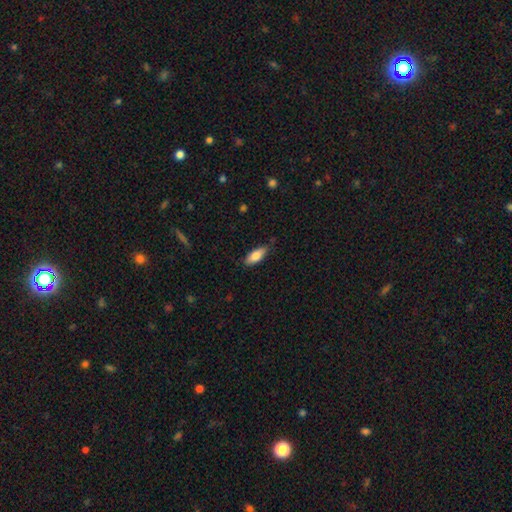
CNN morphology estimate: Smooth or featured: smooth — 81% (featured or disk — 13%)
How rounded: in between — 78% (cigar-shaped — 20%)
Merging: none — 79% (minor disturbance — 16%)